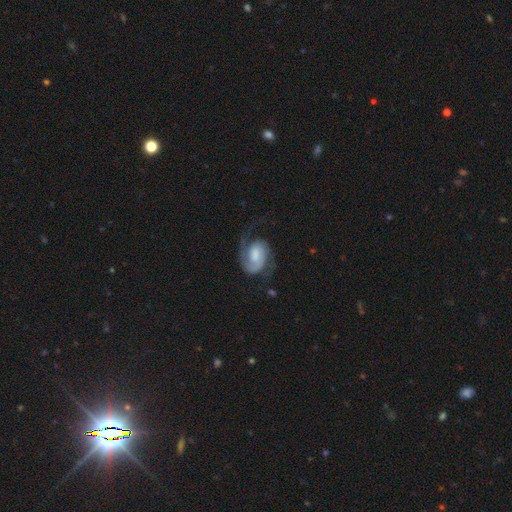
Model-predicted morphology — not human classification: Smooth or featured: featured or disk — 80% (smooth — 14%)
Edge-on disk: no — 98% (yes — 2%)
Bar: no — 54% (weak — 37%)
Spiral arms: yes — 96% (no — 4%)
Spiral winding: medium — 44% (tight — 31%)
Spiral arm count: 2 — 70% (1 — 23%)
Bulge size: moderate — 30% (large — 27%)
Merging: none — 56% (major disturbance — 23%)